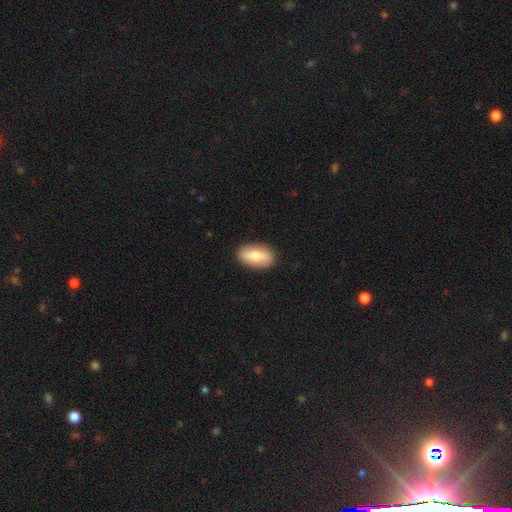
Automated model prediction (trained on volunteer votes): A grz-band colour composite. It shows a smooth galaxy with no disk features (62%) that is in between round and cigar-shaped (88%). Merging: none (88%).